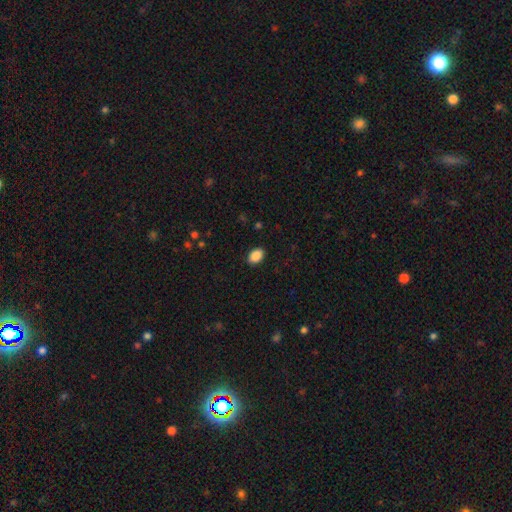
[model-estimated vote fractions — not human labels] A smooth galaxy with no disk features (89%) that is in between round and cigar-shaped (84%).

Vote fractions:
- Smooth or featured? smooth: 89% / star or artifact: 8% / featured or disk: 4%
- How rounded? in between: 84% / round: 15% / cigar-shaped: 1%
- Merging? none: 89% / minor disturbance: 8% / major disturbance: 2% / merger: 1%